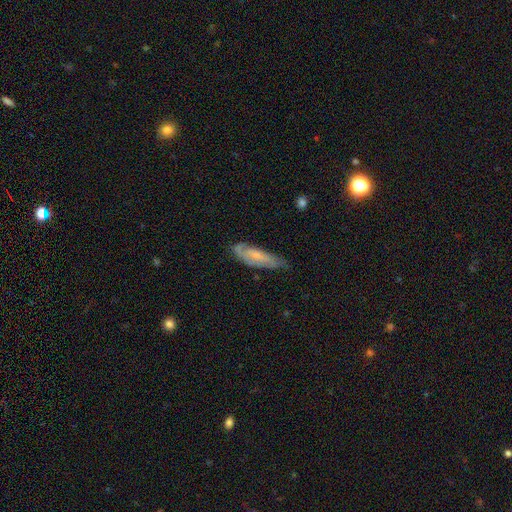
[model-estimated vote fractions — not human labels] Smooth or featured: featured or disk — 55% (smooth — 38%)
Edge-on disk: no — 76% (yes — 24%)
Merging: none — 60% (minor disturbance — 29%)